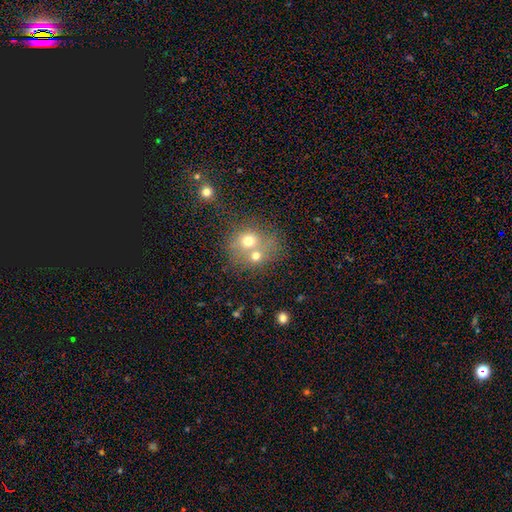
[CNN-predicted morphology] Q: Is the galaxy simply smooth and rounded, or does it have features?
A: smooth — 64%.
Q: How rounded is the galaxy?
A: round — 74%.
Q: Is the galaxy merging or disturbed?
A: merger — 58%.